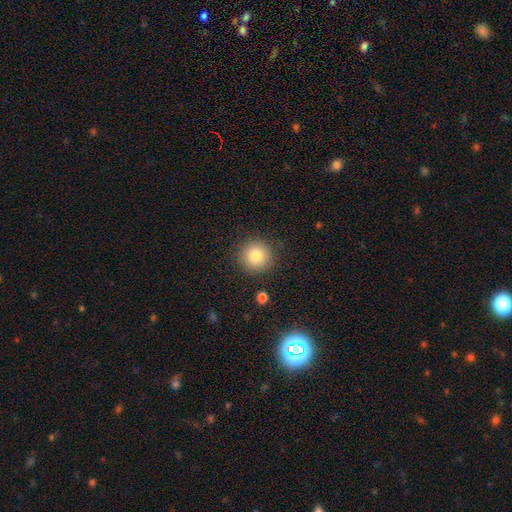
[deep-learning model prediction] Q: Smooth or featured?
A: smooth (82%); runner-up: star or artifact (10%)
Q: How rounded?
A: round (94%); runner-up: in between (6%)
Q: Merging?
A: none (88%); runner-up: minor disturbance (7%)